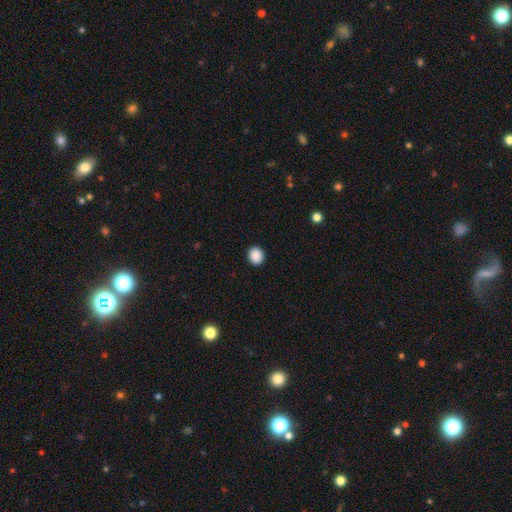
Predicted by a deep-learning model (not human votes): smooth 89%, star or artifact 8%, featured or disk 2%. Down the decision tree: how rounded — round (82%); merging — none (92%).